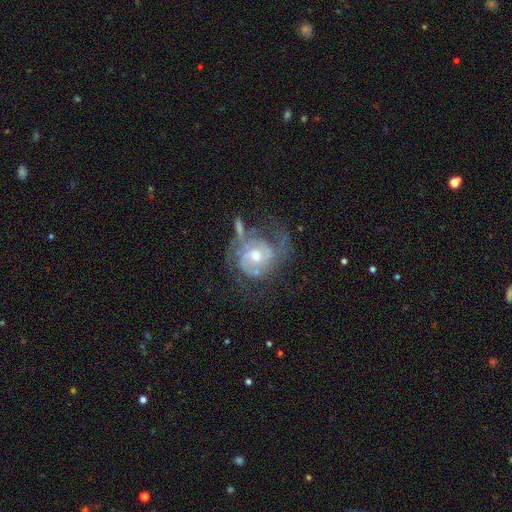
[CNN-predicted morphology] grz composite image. It shows a featured or disk galaxy (83%) with no bar (67%), 2 (49%) tight (53%) spiral arms (91%) and a moderate central bulge (67%). Merging: none (43%).